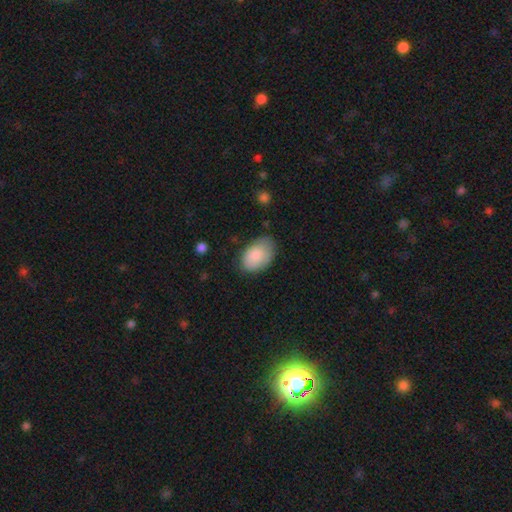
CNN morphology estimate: The model was most divided on "merging": none: 70%, minor disturbance: 23%, major disturbance: 5%, merger: 2%. More confident: how rounded — in between (91%); smooth or featured — smooth (86%).